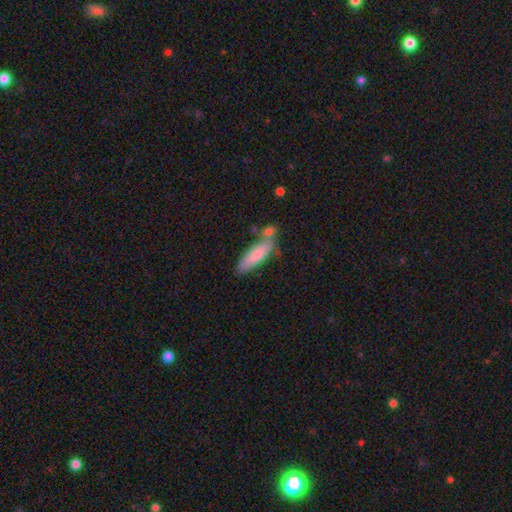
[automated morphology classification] type=smooth (81%); roundness=cigar-shaped (54%); merging=none (56%).